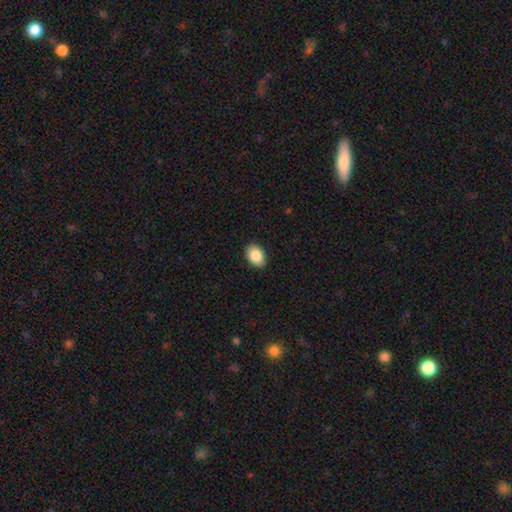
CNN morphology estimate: A smooth galaxy with no disk features (87%) that is in between round and cigar-shaped (85%). Merging: none (90%).